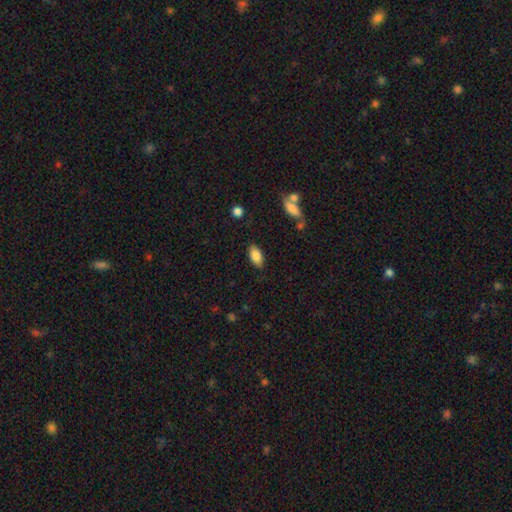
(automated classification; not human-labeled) A smooth galaxy with no disk features (85%) that is in between round and cigar-shaped (92%).

Vote fractions:
- Smooth or featured? smooth: 85% / featured or disk: 7% / star or artifact: 7%
- How rounded? in between: 92% / cigar-shaped: 5% / round: 3%
- Merging? none: 85% / minor disturbance: 11% / major disturbance: 3% / merger: 2%